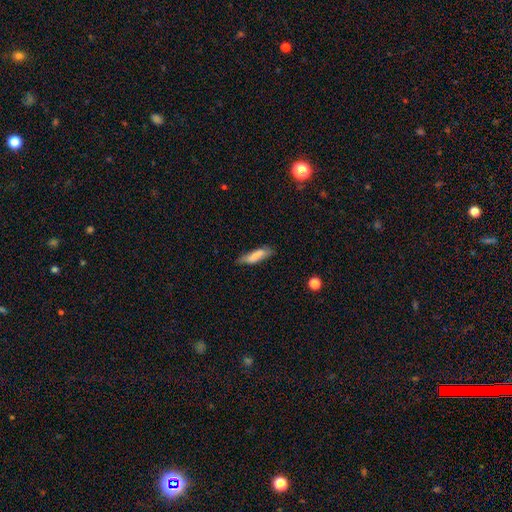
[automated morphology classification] A smooth galaxy with no disk features (78%) that is cigar-shaped (65%). Merging: none (68%).